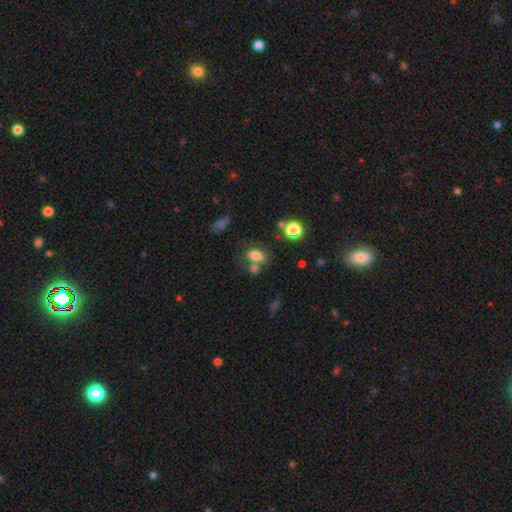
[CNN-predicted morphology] Overall: smooth (76%). How rounded: in between (82%). Merging: none (53%; merger 27%).